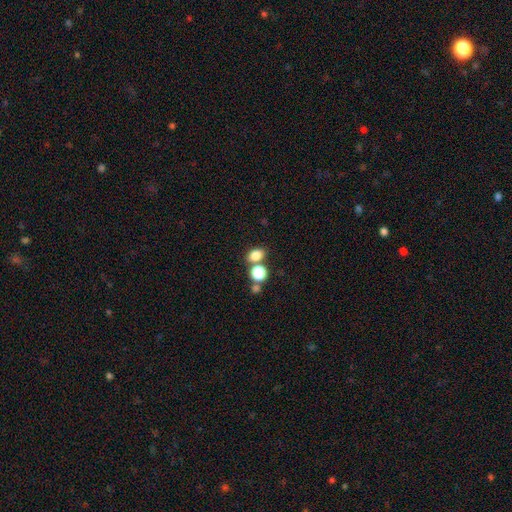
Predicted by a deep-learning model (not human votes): The model was most divided on "how rounded": in between: 59%, round: 40%, cigar-shaped: 1%. More confident: smooth or featured — smooth (81%); merging — none (63%).